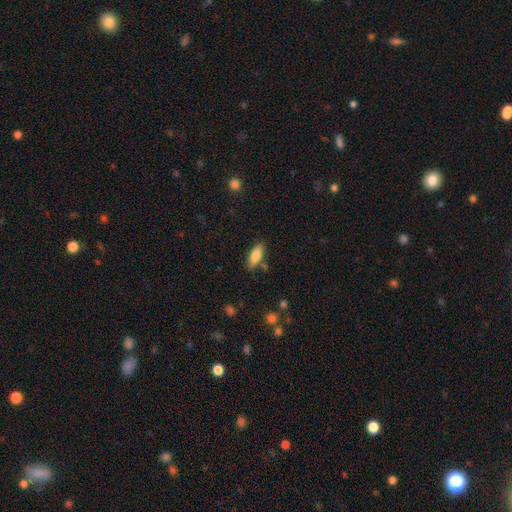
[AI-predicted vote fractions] smooth-or-featured: smooth: 81% | featured or disk: 12% | star or artifact: 7%
  how-rounded: in between: 79% | cigar-shaped: 19% | round: 2%
  merging: none: 78% | minor disturbance: 14% | merger: 5% | major disturbance: 3%